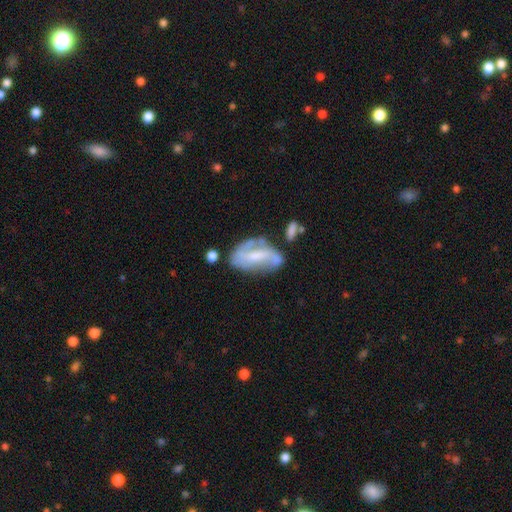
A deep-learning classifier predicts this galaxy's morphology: Q: Smooth or featured?
A: featured or disk (64%); runner-up: smooth (29%)
Q: Edge-on disk?
A: no (93%); runner-up: yes (7%)
Q: Bar?
A: weak (39%); runner-up: no (32%)
Q: Spiral arms?
A: yes (69%); runner-up: no (31%)
Q: Bulge size?
A: small (35%); runner-up: moderate (34%)
Q: Merging?
A: none (44%); runner-up: minor disturbance (24%)